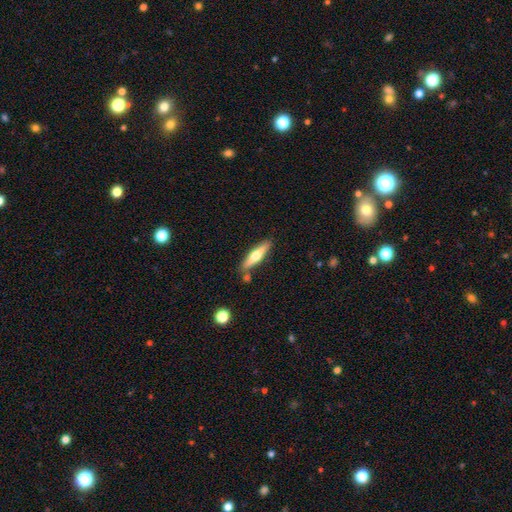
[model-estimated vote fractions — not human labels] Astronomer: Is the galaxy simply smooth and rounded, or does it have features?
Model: featured or disk — 47%, tied with smooth at 47%.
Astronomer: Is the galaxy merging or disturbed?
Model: none — 79%.